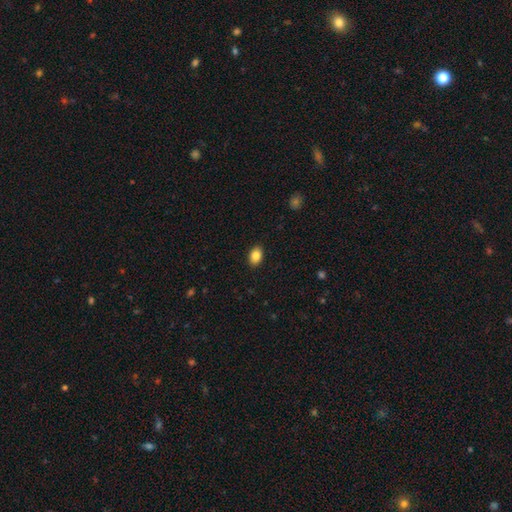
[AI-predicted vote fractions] Smooth or featured: smooth — 85% (star or artifact — 8%)
How rounded: in between — 82% (round — 17%)
Merging: none — 90% (minor disturbance — 8%)